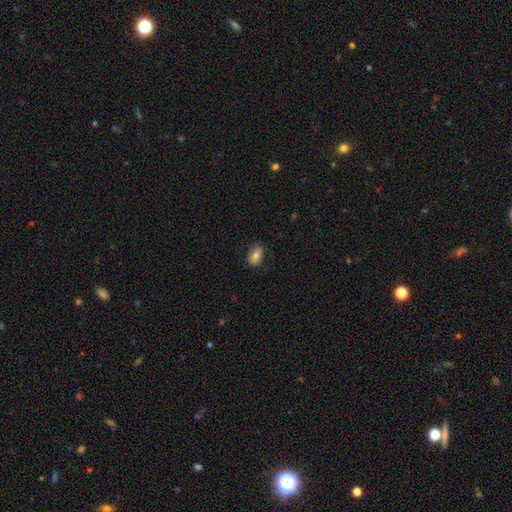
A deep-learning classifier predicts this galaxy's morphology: Overall: smooth (75%). How rounded: in between (87%). Merging: none (81%).